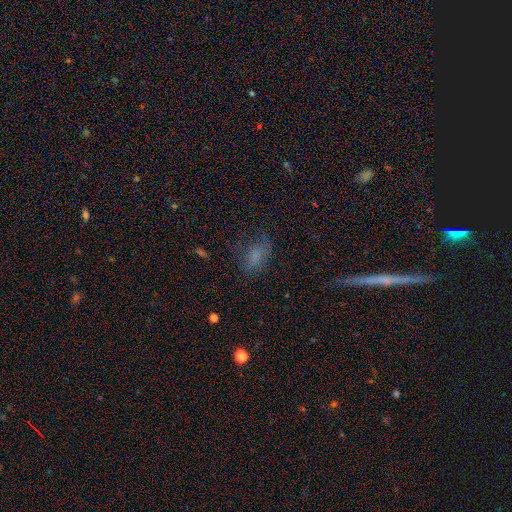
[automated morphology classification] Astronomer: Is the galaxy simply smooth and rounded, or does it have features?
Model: smooth — 65%.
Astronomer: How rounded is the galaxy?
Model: in between — 84%.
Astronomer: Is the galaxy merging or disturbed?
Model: none — 56%.